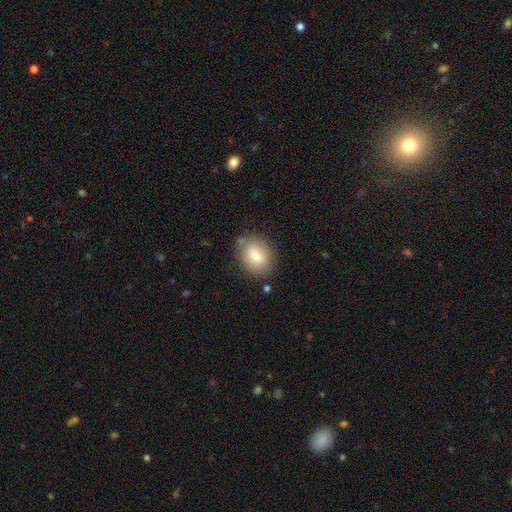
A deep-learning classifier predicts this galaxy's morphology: This appears to be a smooth galaxy with no disk features (77%) that is round (51%). Merging: none (78%).